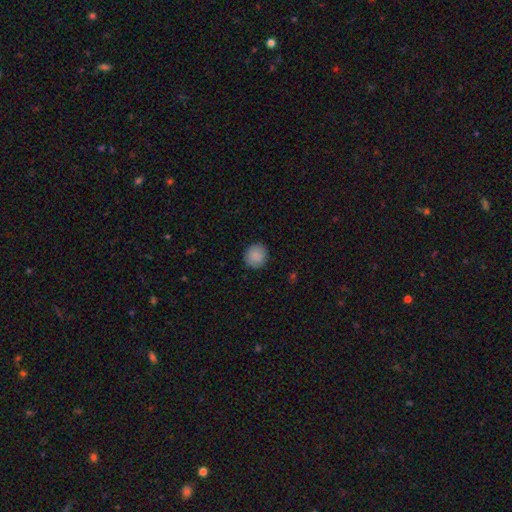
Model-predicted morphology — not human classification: smooth_or_featured: smooth (p=0.88) [alt: star or artifact p=0.08]
how_rounded: round (p=0.90) [alt: in between p=0.09]
merging: none (p=0.90) [alt: minor disturbance p=0.07]